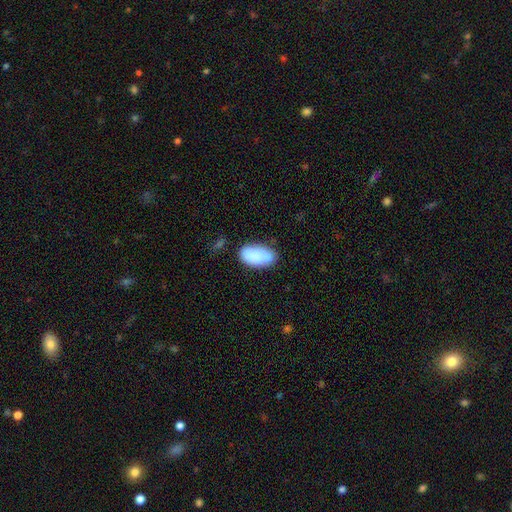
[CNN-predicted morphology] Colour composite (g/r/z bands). It shows a smooth galaxy with no disk features (84%) that is in between round and cigar-shaped (93%). Merging: none (68%).